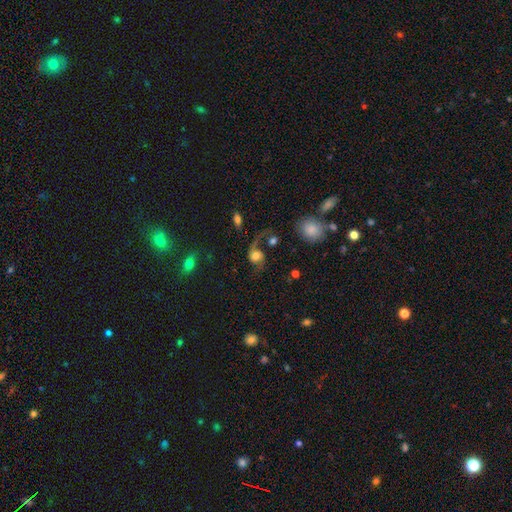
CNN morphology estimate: This is likely a featured or disk galaxy (68%). It is clearly not viewed edge-on (97%). Bar: likely no (67%). Spiral arm pattern: clearly yes (93%). Spiral arm count: likely 2 (72%). Spiral winding: likely loose (76%). Central bulge: marginally moderate (44%). Merging: possibly none (48%).